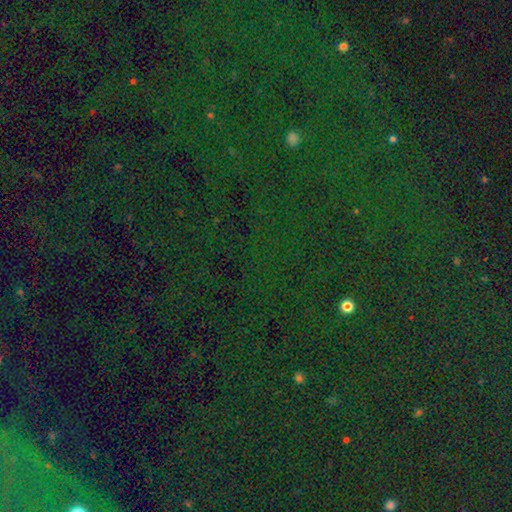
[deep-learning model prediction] smooth_or_featured: star or artifact (p=0.80) [alt: smooth p=0.12]